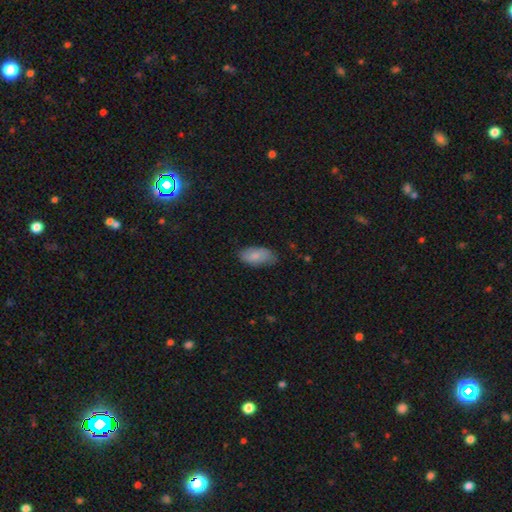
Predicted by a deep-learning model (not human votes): Overall: smooth (83%). How rounded: in between (93%). Merging: none (70%).